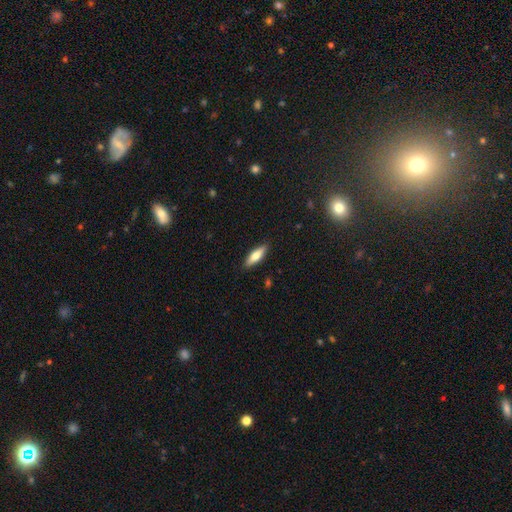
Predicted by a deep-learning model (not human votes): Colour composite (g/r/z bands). It shows a smooth galaxy with no disk features (64%) that is cigar-shaped (50%). Merging: none (89%).